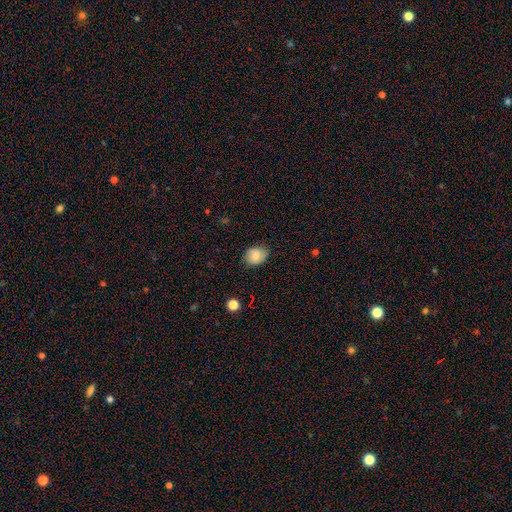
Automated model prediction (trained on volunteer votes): Overall: smooth (78%). How rounded: round (51%; in between 48%). Merging: none (73%).